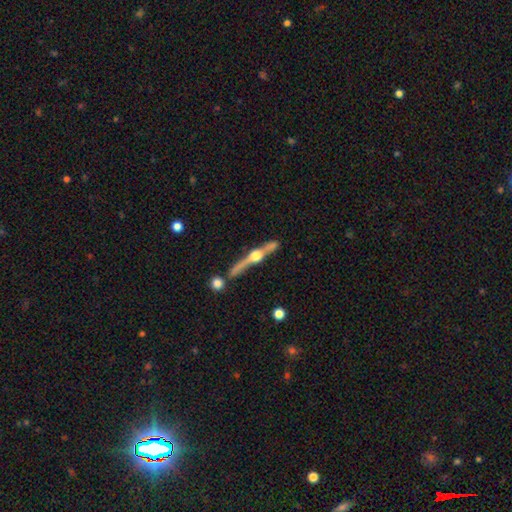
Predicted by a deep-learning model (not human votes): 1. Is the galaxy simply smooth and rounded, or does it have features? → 81% featured or disk, 12% smooth, 7% star or artifact.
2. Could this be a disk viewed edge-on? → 96% yes, 4% no.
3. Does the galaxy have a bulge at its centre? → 95% rounded, 3% boxy, 2% none.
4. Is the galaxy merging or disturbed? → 72% none, 13% minor disturbance, 11% merger, 5% major disturbance.